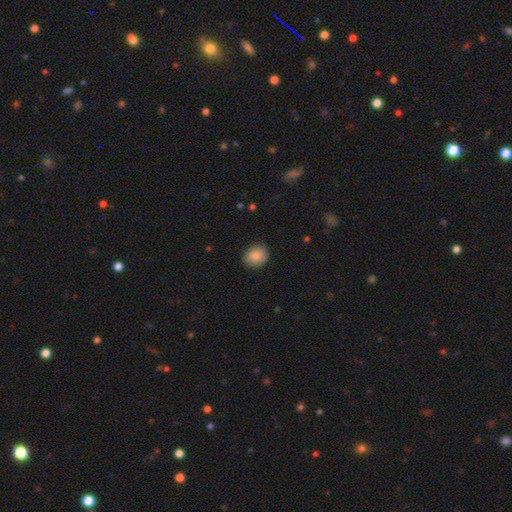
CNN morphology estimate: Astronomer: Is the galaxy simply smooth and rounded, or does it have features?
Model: smooth — 87%.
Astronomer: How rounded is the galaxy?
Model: round — 71%.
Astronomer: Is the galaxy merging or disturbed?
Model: none — 85%.